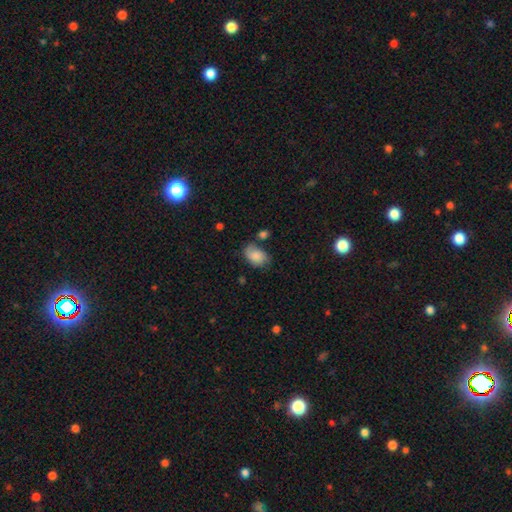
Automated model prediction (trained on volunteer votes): Smooth or featured? smooth (73%)
How rounded? in between (80%)
Merging? none (49%)